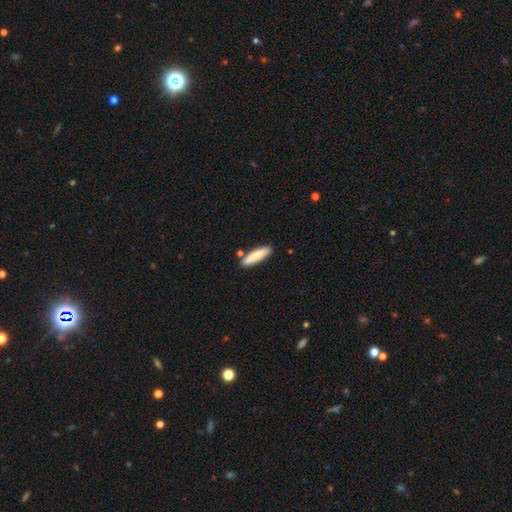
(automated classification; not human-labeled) This is likely a smooth galaxy (80%). How rounded: likely cigar-shaped (77%). Merging: clearly none (82%).